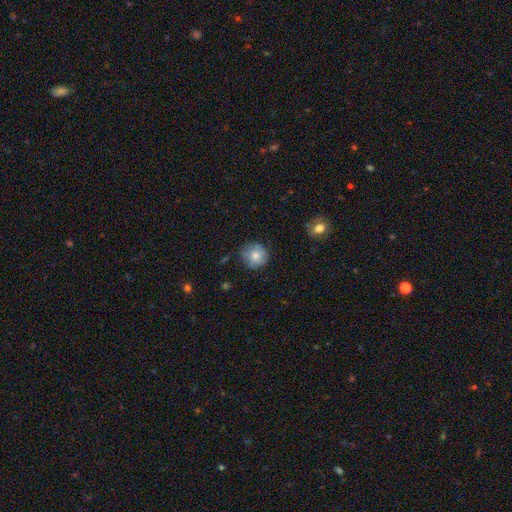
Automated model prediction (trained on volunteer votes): Q: Smooth or featured?
A: smooth (78%); runner-up: featured or disk (13%)
Q: How rounded?
A: round (92%); runner-up: in between (7%)
Q: Merging?
A: none (74%); runner-up: minor disturbance (21%)